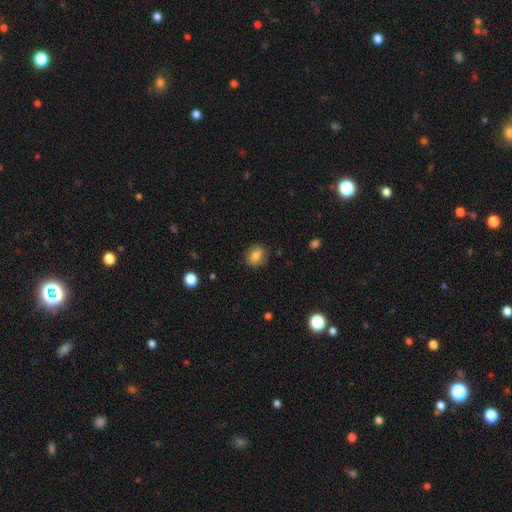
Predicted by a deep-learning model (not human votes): The model was most divided on "how rounded": round: 72%, in between: 27%, cigar-shaped: 1%. More confident: merging — none (87%); smooth or featured — smooth (80%).